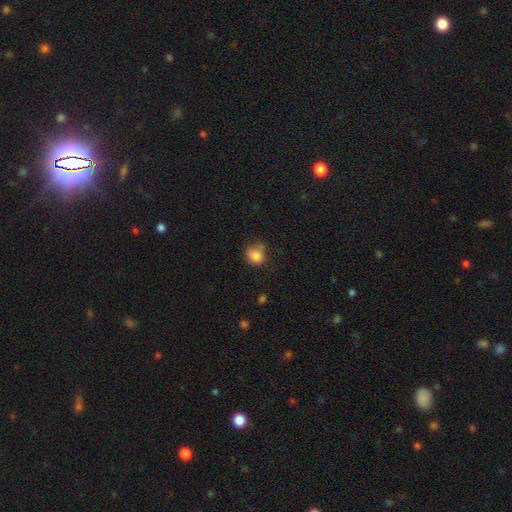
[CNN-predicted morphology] A smooth galaxy with no disk features (85%) that is round (73%).

Vote fractions:
- Smooth or featured? smooth: 85% / star or artifact: 10% / featured or disk: 5%
- How rounded? round: 73% / in between: 26% / cigar-shaped: 1%
- Merging? none: 60% / minor disturbance: 29% / major disturbance: 8% / merger: 3%